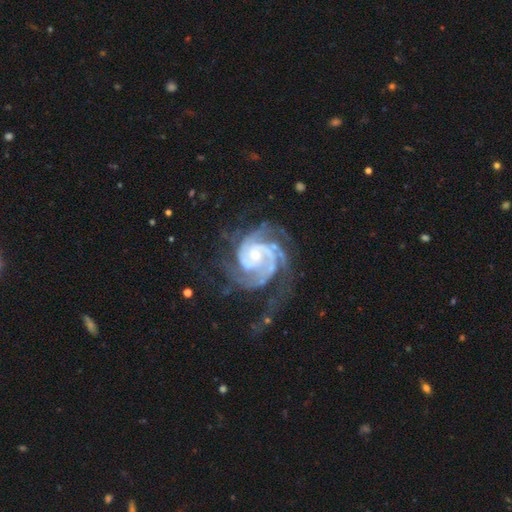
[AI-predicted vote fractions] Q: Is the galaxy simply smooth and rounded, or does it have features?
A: featured or disk — 92%.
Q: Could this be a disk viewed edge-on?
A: no — 98%.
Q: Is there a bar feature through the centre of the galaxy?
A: no — 61%.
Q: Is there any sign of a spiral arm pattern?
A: yes — 98%.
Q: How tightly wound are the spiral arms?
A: tight — 60%.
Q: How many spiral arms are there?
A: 2 — 30%, tied with 3.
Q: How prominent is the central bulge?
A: small — 51%.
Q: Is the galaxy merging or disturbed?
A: none — 58%.